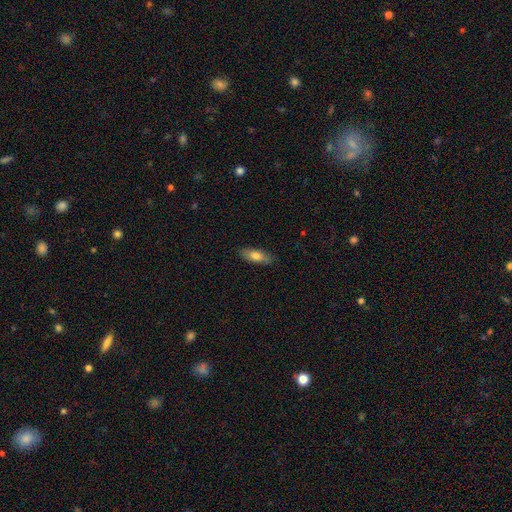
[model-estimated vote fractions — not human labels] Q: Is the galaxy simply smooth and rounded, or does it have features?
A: smooth — 75%.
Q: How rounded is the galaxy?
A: in between — 70%.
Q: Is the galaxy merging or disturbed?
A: none — 85%.